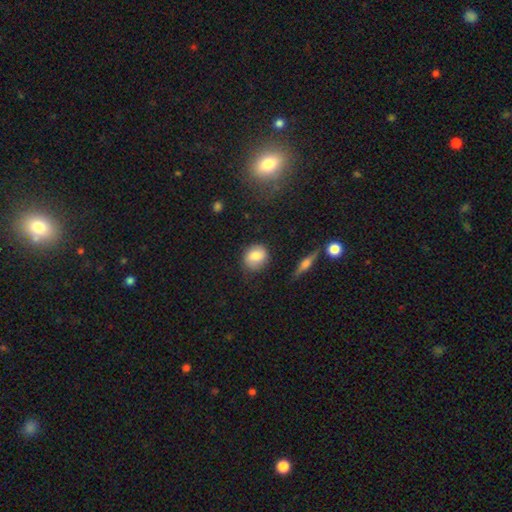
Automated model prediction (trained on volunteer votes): smooth-or-featured: smooth: 77% | featured or disk: 15% | star or artifact: 8%
  how-rounded: round: 76% | in between: 22% | cigar-shaped: 2%
  merging: none: 82% | minor disturbance: 13% | major disturbance: 3% | merger: 2%